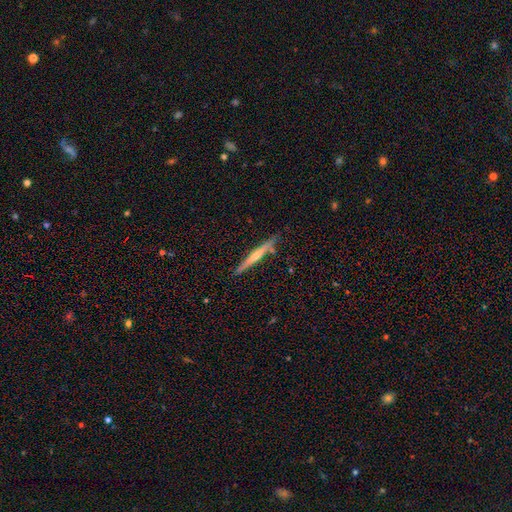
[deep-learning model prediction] Q: Smooth or featured?
A: featured or disk (62%); runner-up: smooth (32%)
Q: Edge-on disk?
A: yes (97%); runner-up: no (3%)
Q: Edge-on bulge?
A: rounded (64%); runner-up: none (30%)
Q: Merging?
A: none (84%); runner-up: minor disturbance (12%)